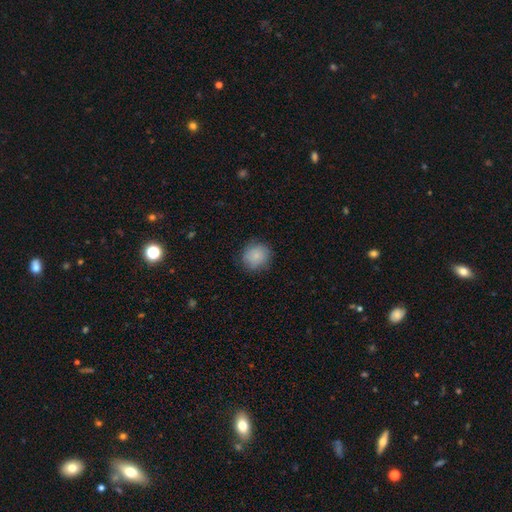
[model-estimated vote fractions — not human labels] This appears to be a smooth galaxy with no disk features (85%) that is round (86%). Merging: none (84%).